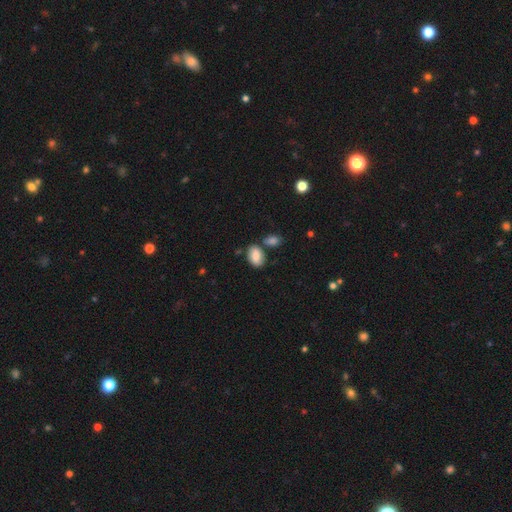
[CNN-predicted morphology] Smooth or featured? Predicted: smooth (p=0.82). How rounded? Predicted: in between (p=0.89). Merging? Predicted: none (p=0.64).